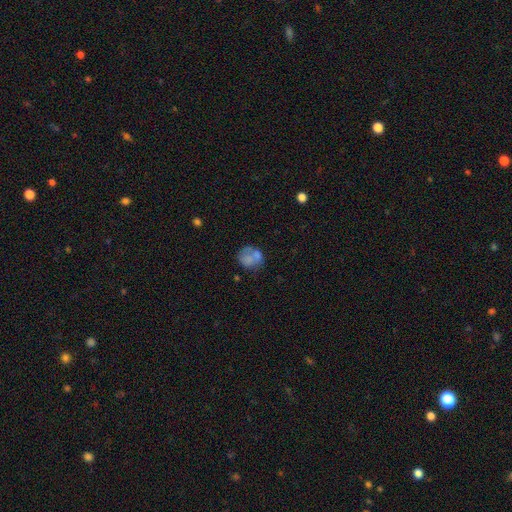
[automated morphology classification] type=smooth (58%); roundness=round (66%); merging=none (42%).